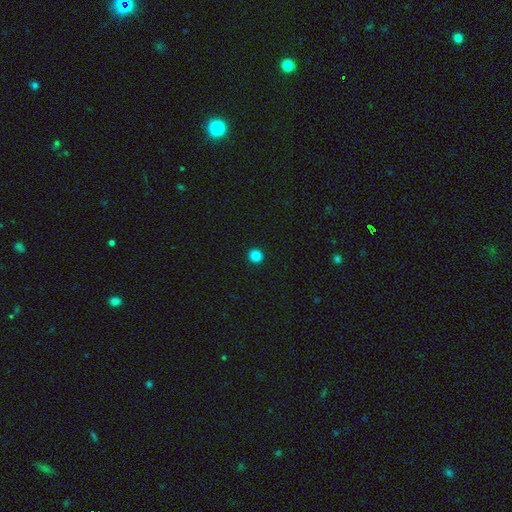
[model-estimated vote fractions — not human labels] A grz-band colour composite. It shows a smooth galaxy with no disk features (86%) that is round (93%). Merging: none (93%).